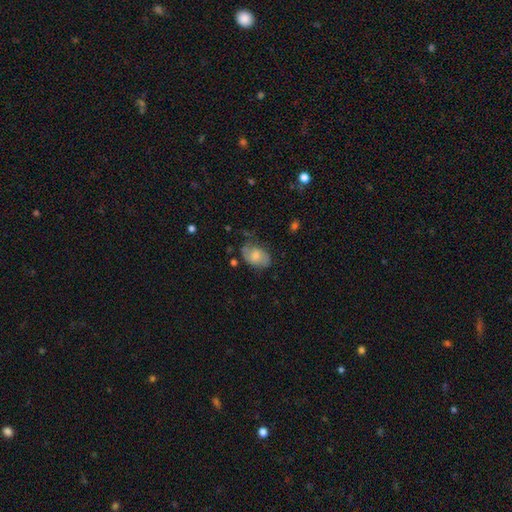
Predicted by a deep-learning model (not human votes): Morphology: type=smooth (53%); roundness=in between (84%); merging=none (61%).